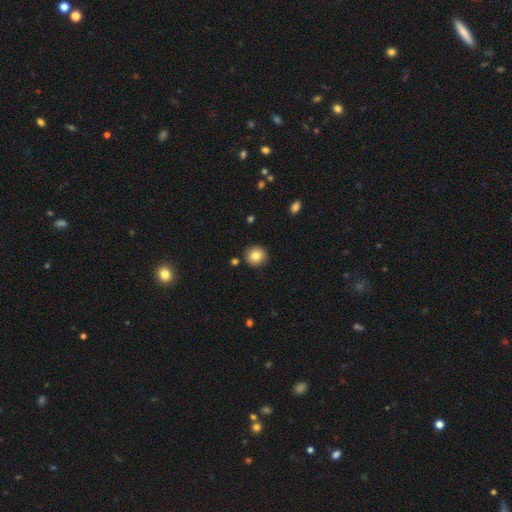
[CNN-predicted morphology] Q: Smooth or featured?
A: smooth (81%); runner-up: star or artifact (10%)
Q: How rounded?
A: round (93%); runner-up: in between (6%)
Q: Merging?
A: none (90%); runner-up: minor disturbance (6%)